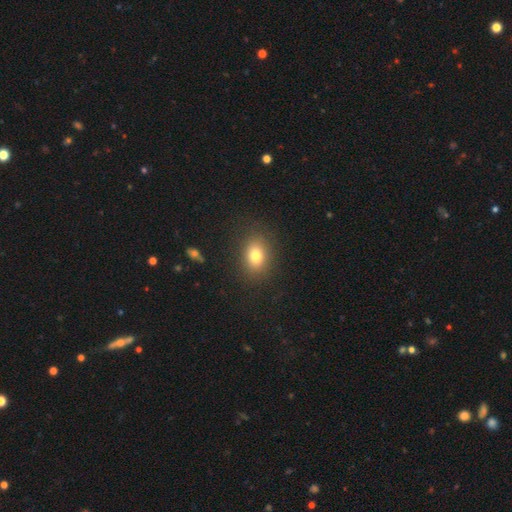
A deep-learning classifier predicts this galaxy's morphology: Smooth or featured: smooth — 79% (star or artifact — 11%)
How rounded: in between — 65% (round — 34%)
Merging: none — 86% (minor disturbance — 9%)